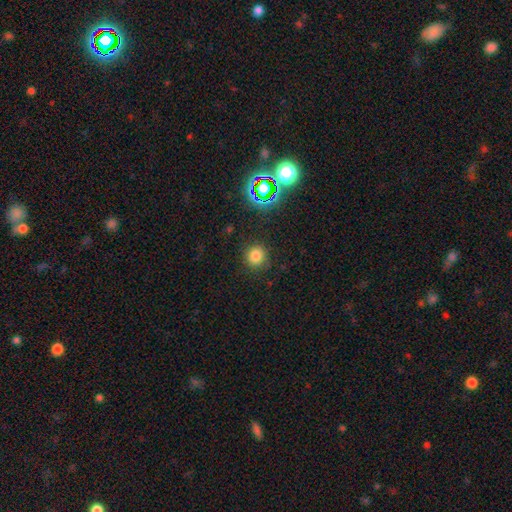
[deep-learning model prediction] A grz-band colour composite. It shows a smooth galaxy with no disk features (76%) that is round (91%). Merging: none (86%).